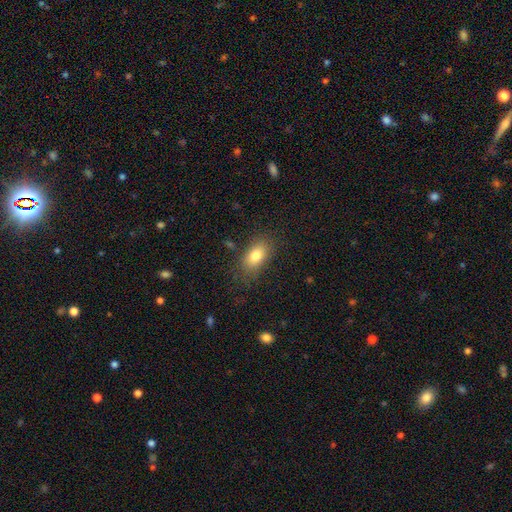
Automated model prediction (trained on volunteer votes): smooth_or_featured: smooth (p=0.79) [alt: featured or disk p=0.12]
how_rounded: in between (p=0.88) [alt: round p=0.08]
merging: none (p=0.78) [alt: minor disturbance p=0.15]